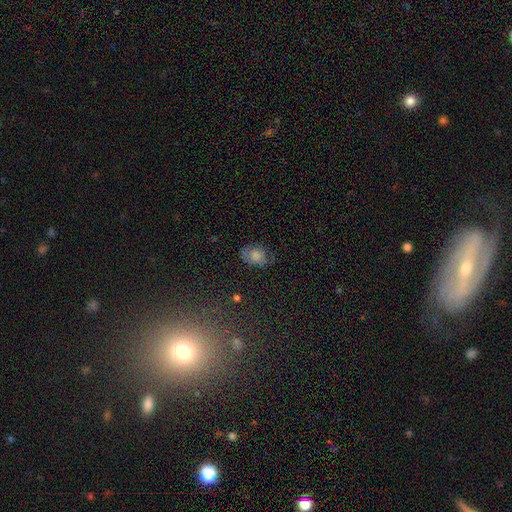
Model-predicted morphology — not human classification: Smooth or featured: smooth — 73% (featured or disk — 15%)
How rounded: in between — 70% (round — 28%)
Merging: none — 64% (minor disturbance — 25%)